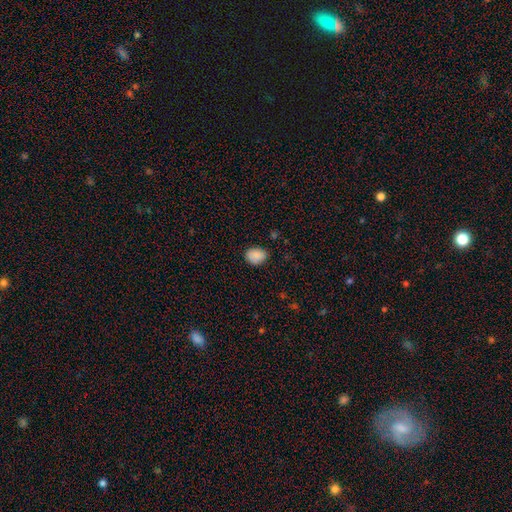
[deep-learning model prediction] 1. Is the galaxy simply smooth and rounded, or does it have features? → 88% smooth, 8% star or artifact, 4% featured or disk.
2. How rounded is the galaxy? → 63% in between, 36% round, 1% cigar-shaped.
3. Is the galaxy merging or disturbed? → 82% none, 14% minor disturbance, 3% major disturbance, 1% merger.